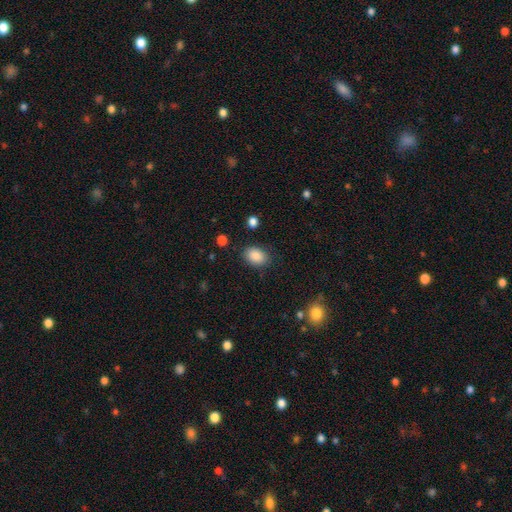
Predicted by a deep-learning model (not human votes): smooth-or-featured: smooth: 88% | star or artifact: 8% | featured or disk: 4%
  how-rounded: in between: 76% | round: 23% | cigar-shaped: 1%
  merging: none: 83% | minor disturbance: 12% | major disturbance: 4% | merger: 2%